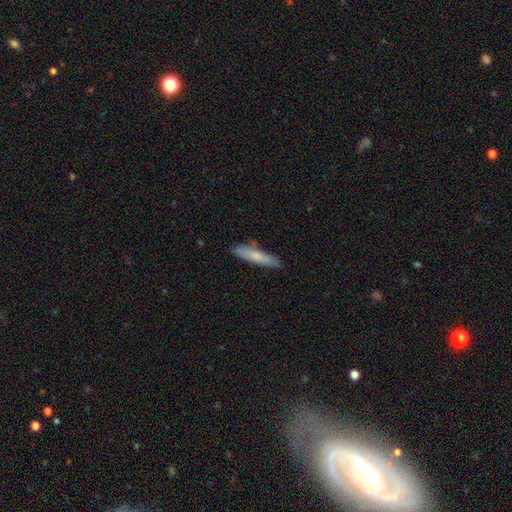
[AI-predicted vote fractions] smooth_or_featured: smooth (p=0.69) [alt: featured or disk p=0.25]
how_rounded: cigar-shaped (p=0.84) [alt: in between p=0.15]
merging: none (p=0.85) [alt: minor disturbance p=0.12]